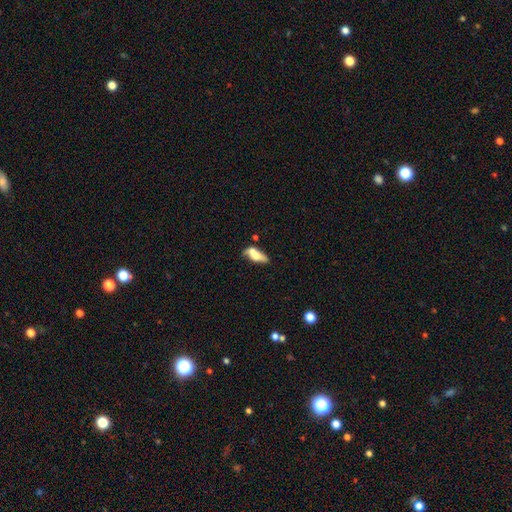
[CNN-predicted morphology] Overall: smooth (57%; featured or disk 35%). How rounded: in between (68%). Merging: merger (35%; none 34%).